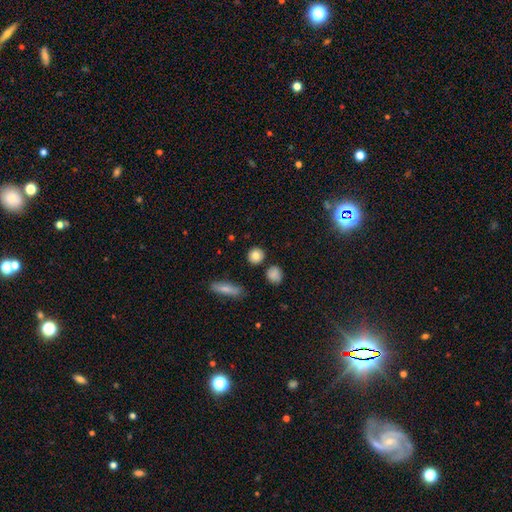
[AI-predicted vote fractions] Smooth or featured? smooth (83%)
How rounded? round (84%)
Merging? none (85%)